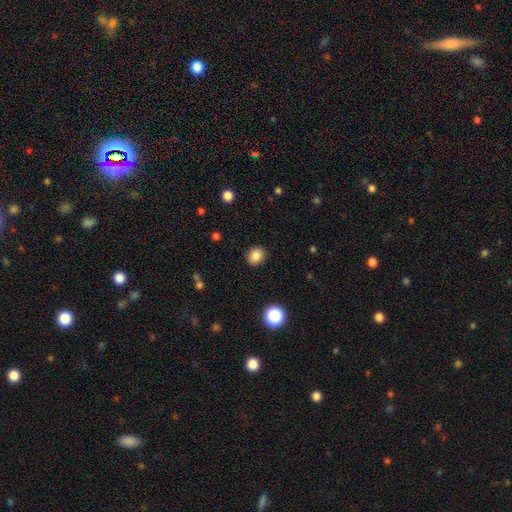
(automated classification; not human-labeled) Smooth or featured? Predicted: smooth (p=0.86). How rounded? Predicted: round (p=0.70). Merging? Predicted: none (p=0.89).